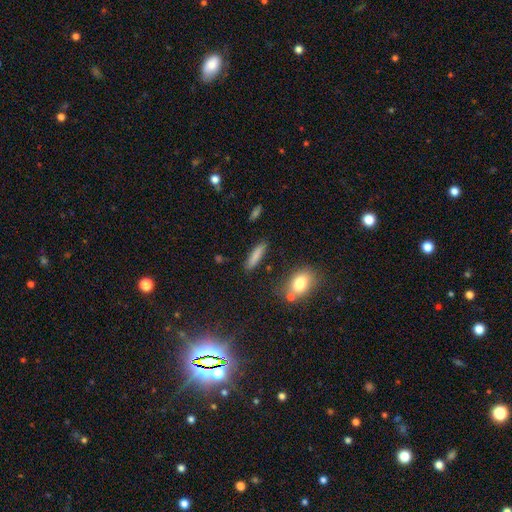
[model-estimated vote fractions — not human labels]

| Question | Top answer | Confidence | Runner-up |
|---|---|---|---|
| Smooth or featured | smooth | 82% | featured or disk (10%) |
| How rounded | cigar-shaped | 76% | in between (22%) |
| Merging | none | 84% | minor disturbance (10%) |